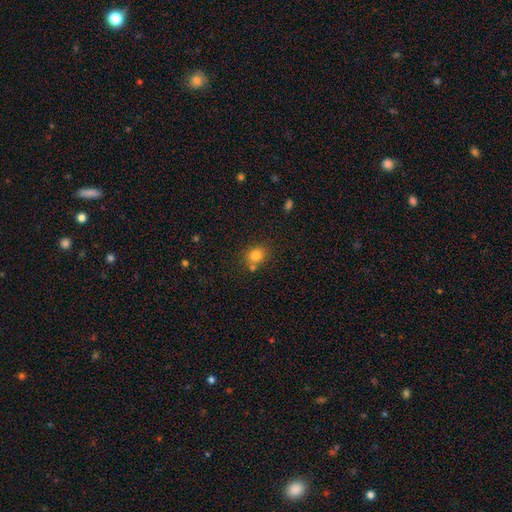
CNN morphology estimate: type=smooth (81%); roundness=round (67%); merging=none (68%).